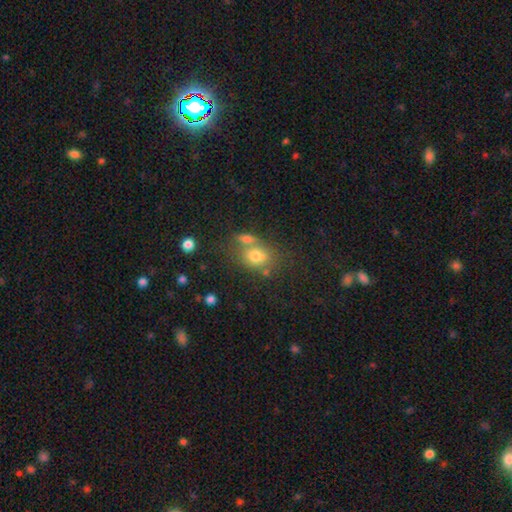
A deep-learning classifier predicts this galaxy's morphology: Smooth or featured? Predicted: smooth (p=0.73). How rounded? Predicted: in between (p=0.53). Merging? Predicted: none (p=0.48).